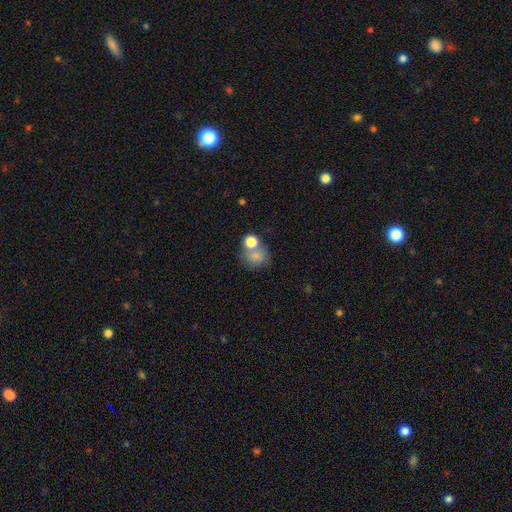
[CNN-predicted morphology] Smooth or featured?
  - smooth: 76% *
  - featured or disk: 13%
  - star or artifact: 11%
How rounded?
  - round: 72% *
  - in between: 27%
  - cigar-shaped: 1%
Merging?
  - none: 41% *
  - merger: 39%
  - minor disturbance: 12%
  - major disturbance: 7%